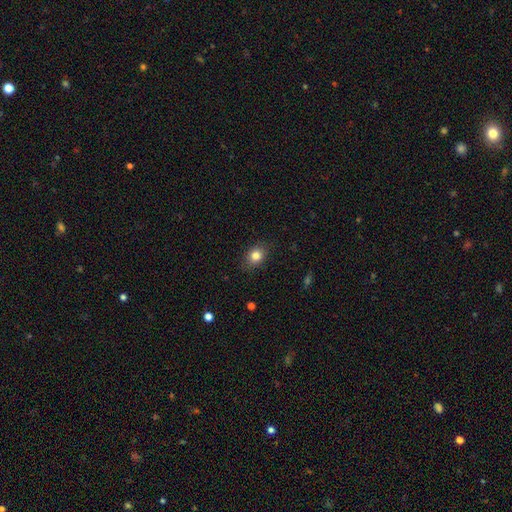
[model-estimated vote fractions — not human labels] smooth_or_featured: smooth (p=0.82) [alt: star or artifact p=0.10]
how_rounded: in between (p=0.56) [alt: round p=0.43]
merging: none (p=0.84) [alt: minor disturbance p=0.12]